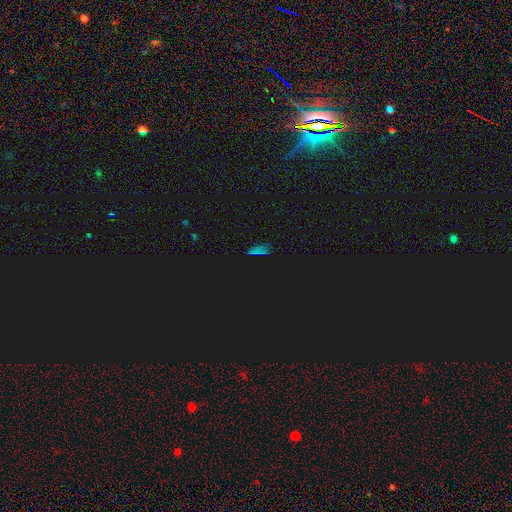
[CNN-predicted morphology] star or artifact 68%, smooth 24%, featured or disk 8%.